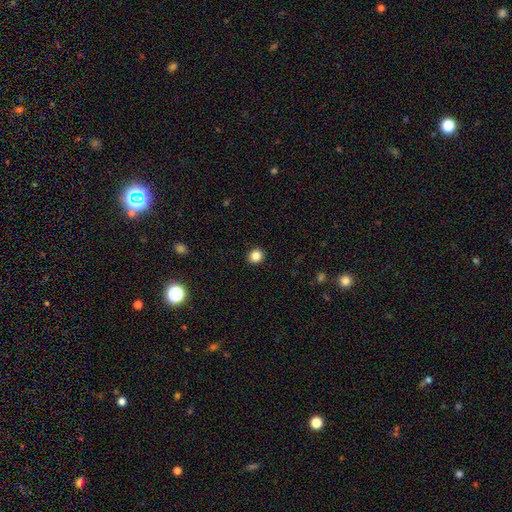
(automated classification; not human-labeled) The model was most divided on "smooth or featured": smooth: 85%, star or artifact: 11%, featured or disk: 4%. More confident: merging — none (93%); how rounded — round (87%).